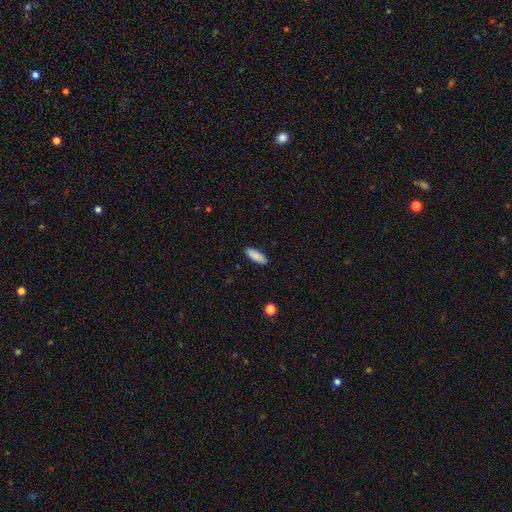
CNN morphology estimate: Smooth or featured?
  - smooth: 88% *
  - star or artifact: 6%
  - featured or disk: 6%
How rounded?
  - in between: 63% *
  - cigar-shaped: 35%
  - round: 2%
Merging?
  - none: 88% *
  - minor disturbance: 9%
  - major disturbance: 2%
  - merger: 1%